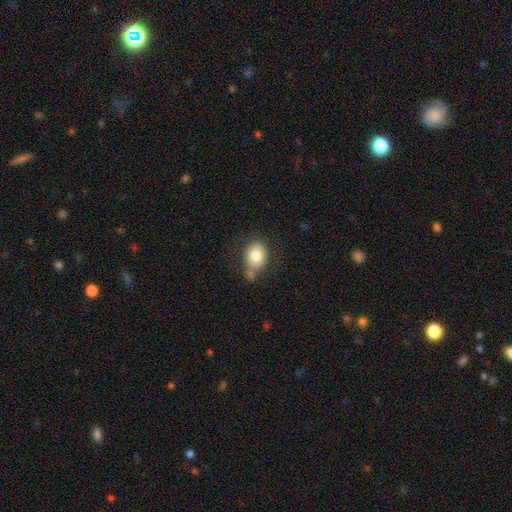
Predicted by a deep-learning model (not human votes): Q: Smooth or featured?
A: smooth (79%); runner-up: featured or disk (13%)
Q: How rounded?
A: in between (55%); runner-up: round (44%)
Q: Merging?
A: none (47%); runner-up: minor disturbance (28%)